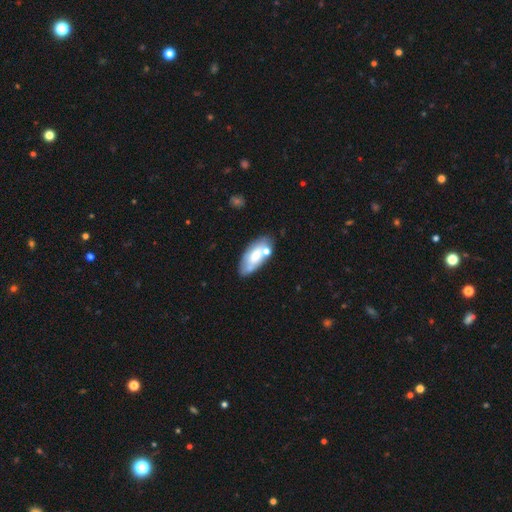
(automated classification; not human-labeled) smooth 58%, featured or disk 36%, star or artifact 7%. Down the decision tree: how rounded — in between (86%); merging — none (59%).